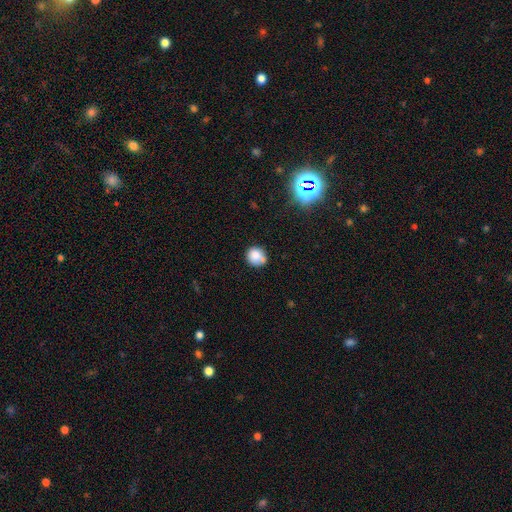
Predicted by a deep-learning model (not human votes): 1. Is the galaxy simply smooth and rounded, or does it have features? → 81% smooth, 11% star or artifact, 8% featured or disk.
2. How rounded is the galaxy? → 85% round, 14% in between, 1% cigar-shaped.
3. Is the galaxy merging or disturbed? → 65% none, 21% minor disturbance, 9% merger, 5% major disturbance.